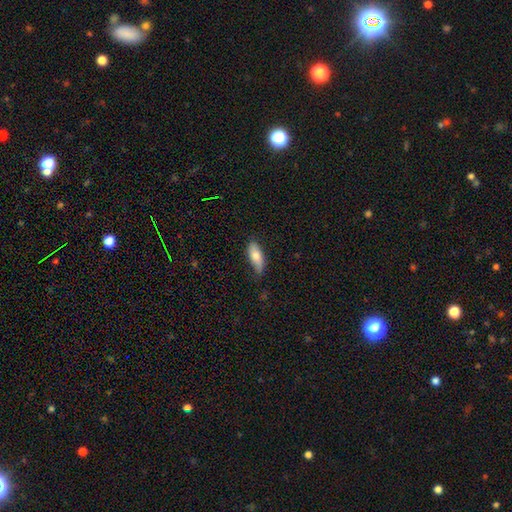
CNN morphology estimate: smooth 75%, featured or disk 19%, star or artifact 6%. Down the decision tree: how rounded — in between (76%); merging — none (68%).